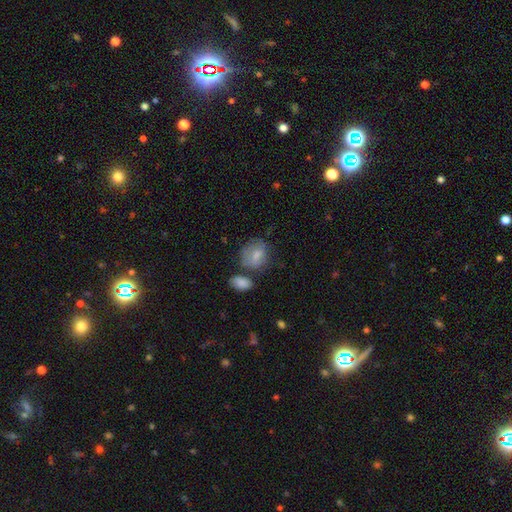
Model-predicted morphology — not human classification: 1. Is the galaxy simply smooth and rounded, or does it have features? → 76% smooth, 17% featured or disk, 7% star or artifact.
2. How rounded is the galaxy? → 52% round, 47% in between, 1% cigar-shaped.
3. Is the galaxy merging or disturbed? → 50% none, 25% minor disturbance, 14% merger, 11% major disturbance.